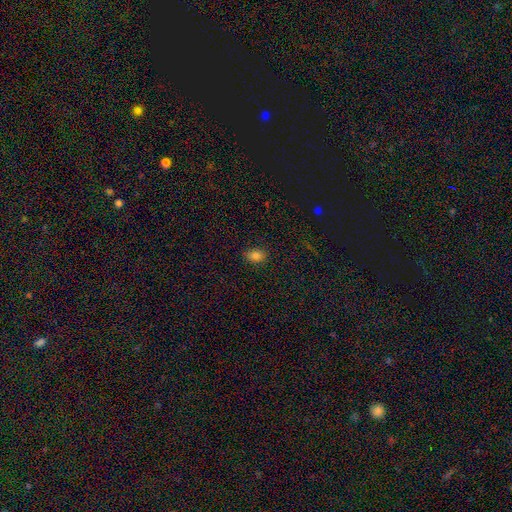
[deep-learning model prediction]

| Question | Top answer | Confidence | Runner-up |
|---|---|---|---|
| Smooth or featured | smooth | 83% | star or artifact (12%) |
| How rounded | in between | 76% | round (22%) |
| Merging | none | 88% | minor disturbance (9%) |